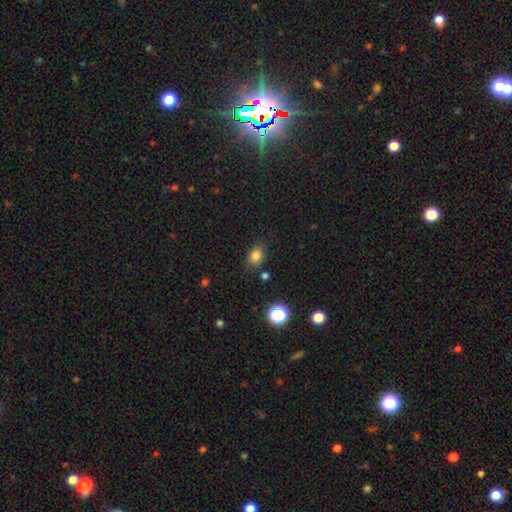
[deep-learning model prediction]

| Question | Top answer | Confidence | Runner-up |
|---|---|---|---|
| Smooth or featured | smooth | 81% | star or artifact (14%) |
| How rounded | in between | 61% | round (38%) |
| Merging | none | 78% | minor disturbance (15%) |